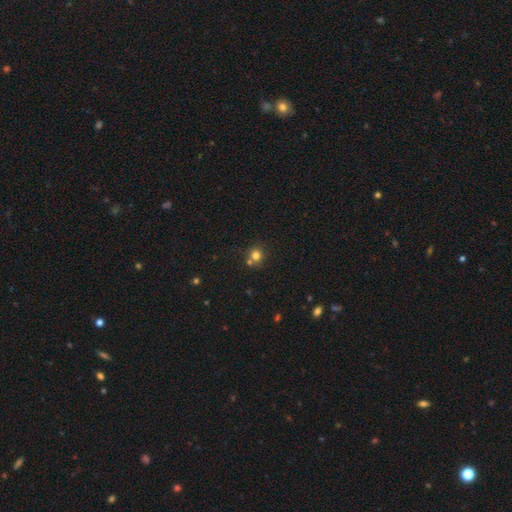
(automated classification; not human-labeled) Morphology: type=smooth (76%); roundness=round (88%); merging=none (65%).